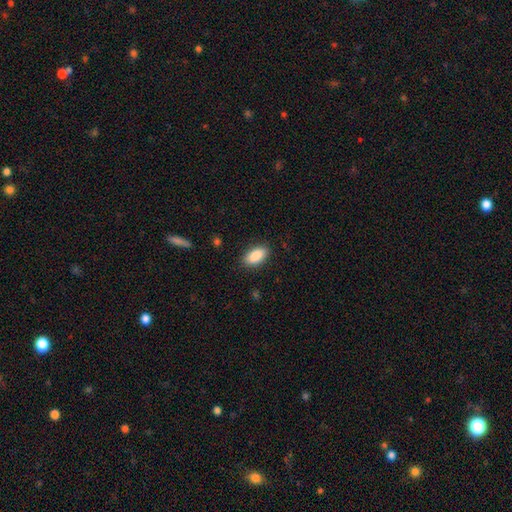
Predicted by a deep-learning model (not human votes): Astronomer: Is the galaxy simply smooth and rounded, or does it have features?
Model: smooth — 89%.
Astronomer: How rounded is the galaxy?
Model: in between — 91%.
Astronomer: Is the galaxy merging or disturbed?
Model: none — 87%.